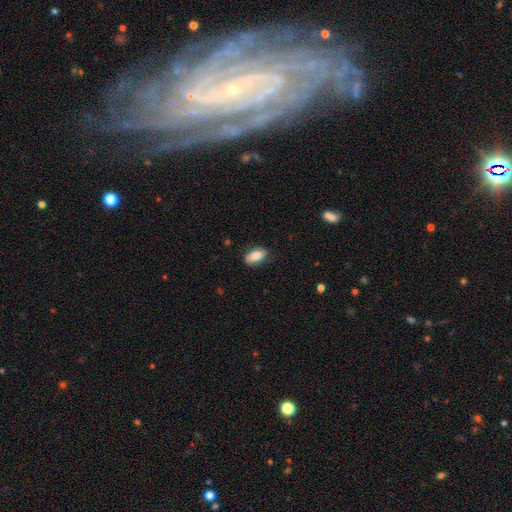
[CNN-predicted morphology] Smooth or featured?
  - smooth: 84% *
  - featured or disk: 9%
  - star or artifact: 7%
How rounded?
  - in between: 92% *
  - round: 5%
  - cigar-shaped: 3%
Merging?
  - none: 78% *
  - minor disturbance: 17%
  - major disturbance: 3%
  - merger: 1%